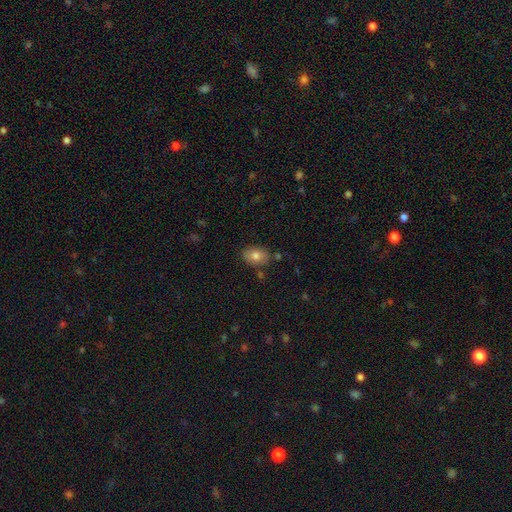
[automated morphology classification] Smooth or featured? smooth (78%)
How rounded? in between (79%)
Merging? none (79%)